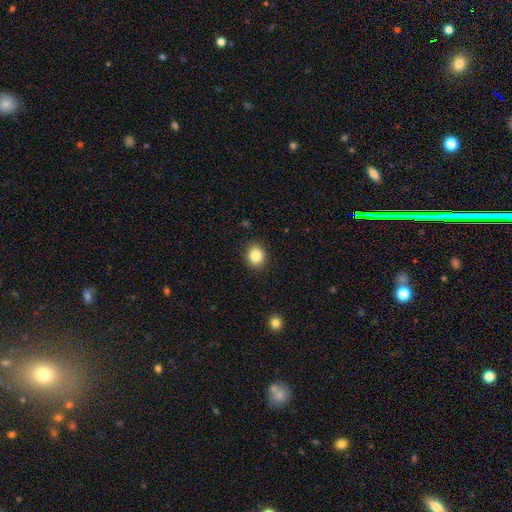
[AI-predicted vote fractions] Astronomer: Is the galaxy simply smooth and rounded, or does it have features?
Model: smooth — 85%.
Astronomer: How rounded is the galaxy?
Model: round — 68%.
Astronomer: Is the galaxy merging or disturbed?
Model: none — 90%.